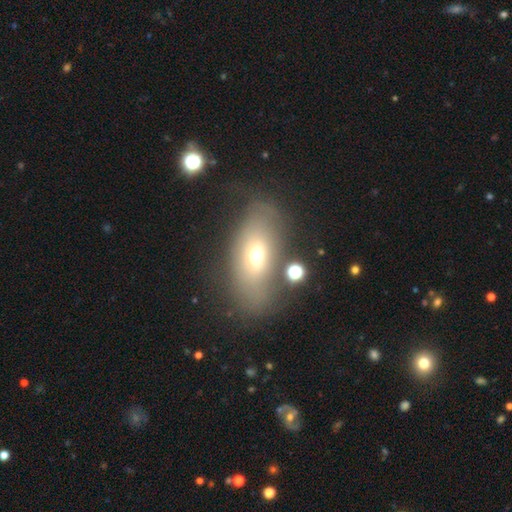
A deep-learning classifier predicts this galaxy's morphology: A smooth galaxy with no disk features (58%) that is in between round and cigar-shaped (82%). Merging: none (55%).